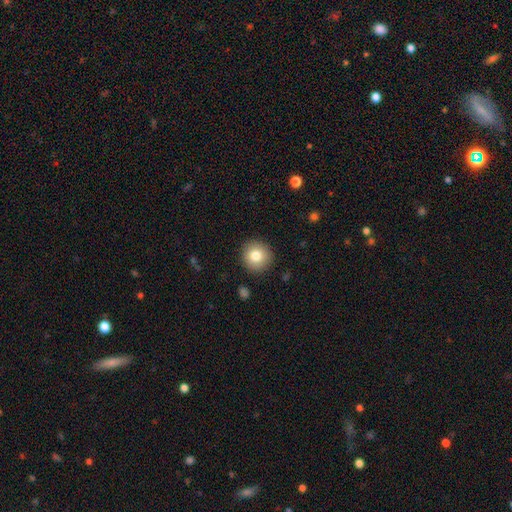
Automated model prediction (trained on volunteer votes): Q: Smooth or featured?
A: smooth (80%); runner-up: featured or disk (10%)
Q: How rounded?
A: round (94%); runner-up: in between (5%)
Q: Merging?
A: none (91%); runner-up: minor disturbance (6%)